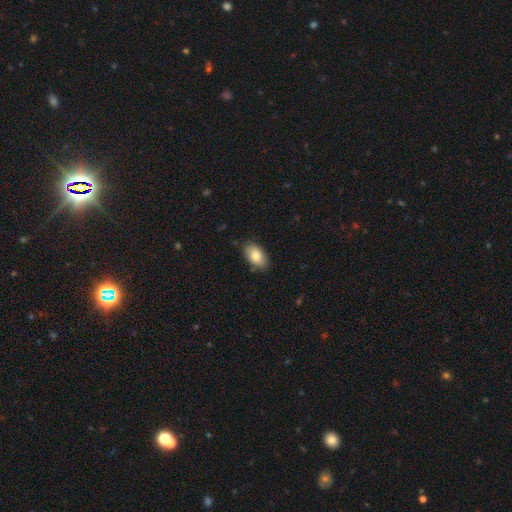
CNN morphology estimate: smooth 81%, featured or disk 12%, star or artifact 7%. Down the decision tree: how rounded — in between (92%); merging — none (85%).